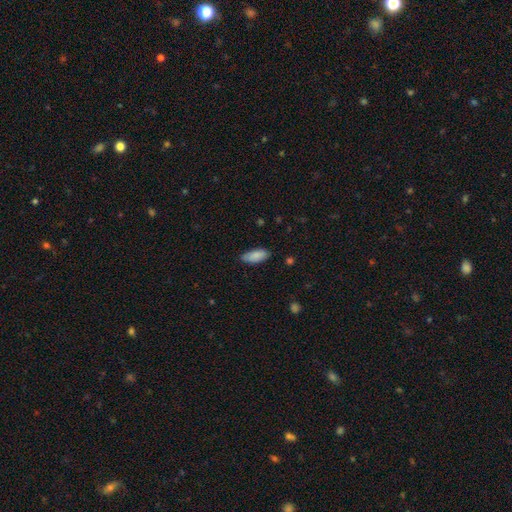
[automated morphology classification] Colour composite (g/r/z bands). It shows a smooth galaxy with no disk features (86%) that is in between round and cigar-shaped (85%). Merging: none (83%).